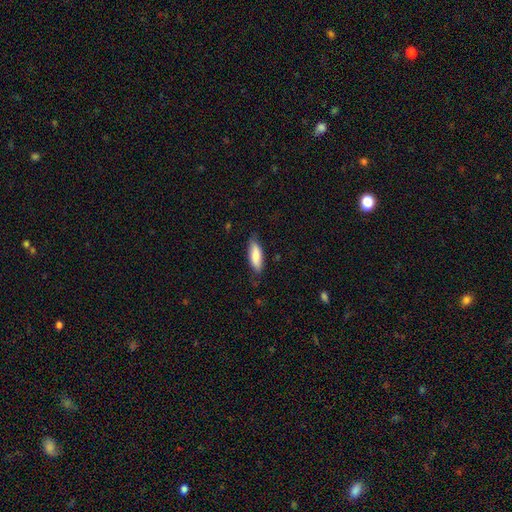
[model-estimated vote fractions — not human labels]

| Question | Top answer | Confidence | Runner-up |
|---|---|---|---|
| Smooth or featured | smooth | 80% | featured or disk (14%) |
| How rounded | in between | 61% | cigar-shaped (37%) |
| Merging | none | 77% | minor disturbance (19%) |